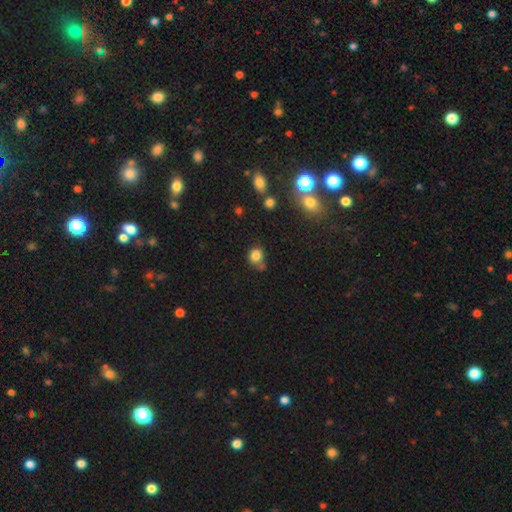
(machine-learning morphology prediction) Smooth or featured? smooth (81%)
How rounded? round (76%)
Merging? none (56%)